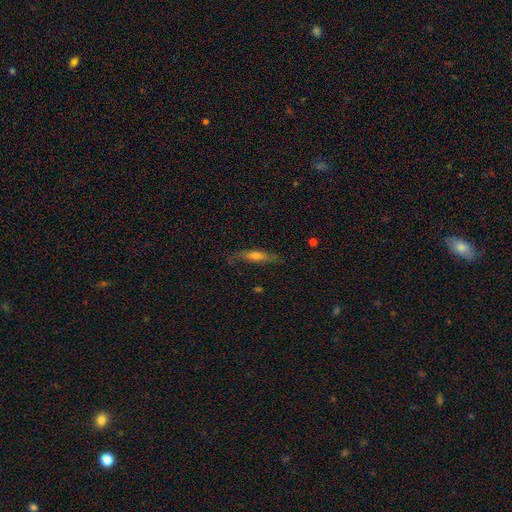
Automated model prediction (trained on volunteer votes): This is possibly a featured or disk galaxy (48%). Merging: likely none (74%).